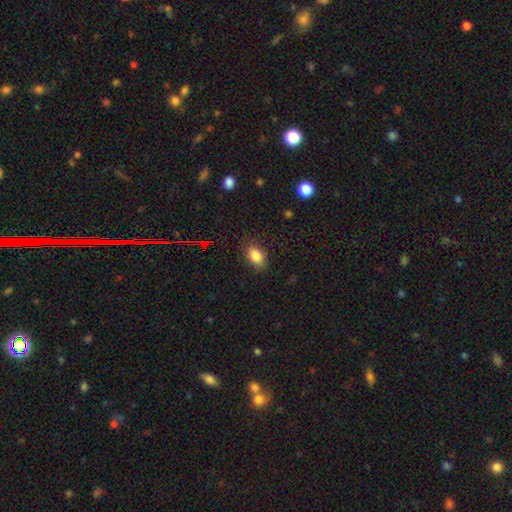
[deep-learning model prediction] Smooth or featured: smooth — 83% (star or artifact — 11%)
How rounded: in between — 86% (round — 12%)
Merging: none — 82% (minor disturbance — 13%)